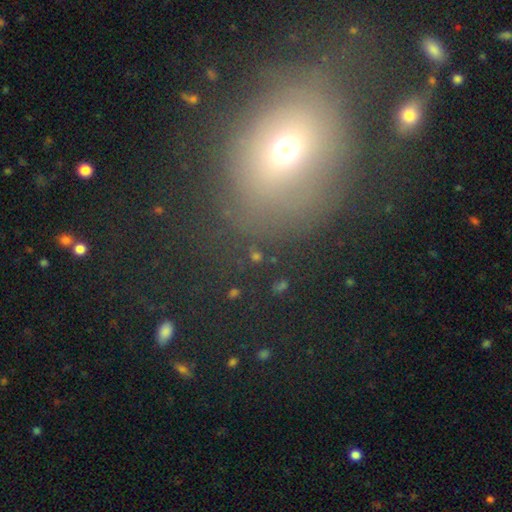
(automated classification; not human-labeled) Smooth or featured?
  - smooth: 55% *
  - star or artifact: 27%
  - featured or disk: 18%
How rounded?
  - round: 57% *
  - in between: 40%
  - cigar-shaped: 3%
Merging?
  - none: 71% *
  - minor disturbance: 13%
  - major disturbance: 10%
  - merger: 6%